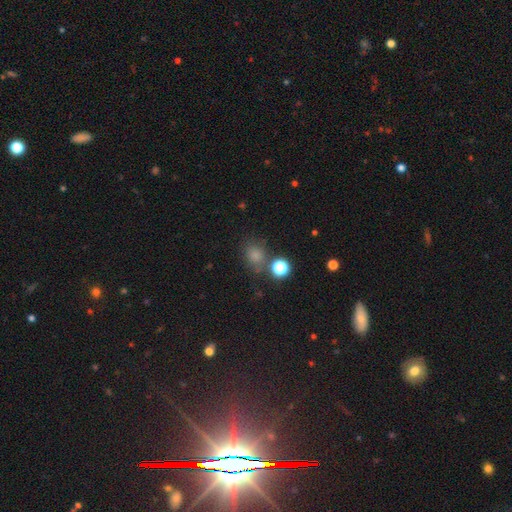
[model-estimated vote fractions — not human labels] A smooth galaxy with no disk features (75%) that is round (67%).

Vote fractions:
- Smooth or featured? smooth: 75% / star or artifact: 19% / featured or disk: 6%
- How rounded? round: 67% / in between: 32% / cigar-shaped: 1%
- Merging? none: 70% / minor disturbance: 14% / merger: 10% / major disturbance: 6%